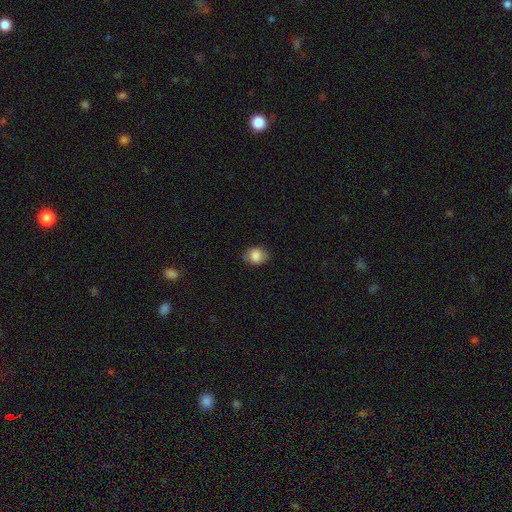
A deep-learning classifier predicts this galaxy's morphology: Smooth or featured? Predicted: smooth (p=0.84). How rounded? Predicted: round (p=0.51). Merging? Predicted: none (p=0.79).